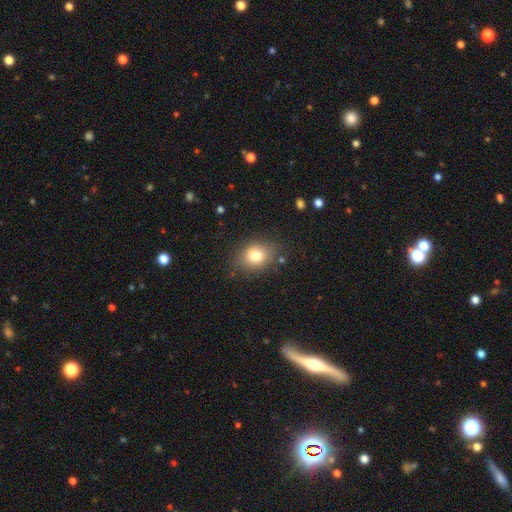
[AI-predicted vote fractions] The model was most divided on "how rounded": in between: 54%, round: 45%, cigar-shaped: 1%. More confident: merging — none (80%); smooth or featured — smooth (77%).